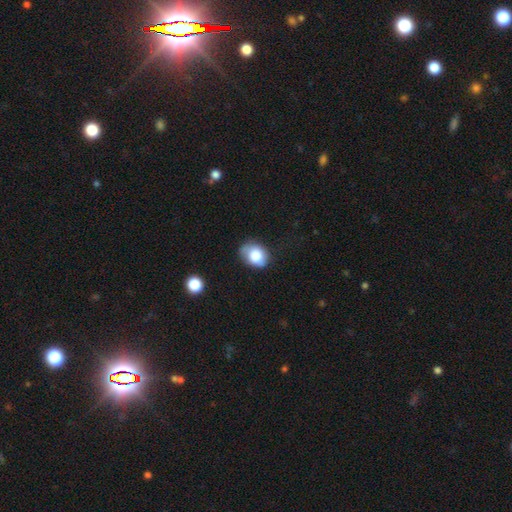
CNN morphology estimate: smooth 78%, featured or disk 14%, star or artifact 8%. Down the decision tree: how rounded — in between (59%); merging — none (56%).